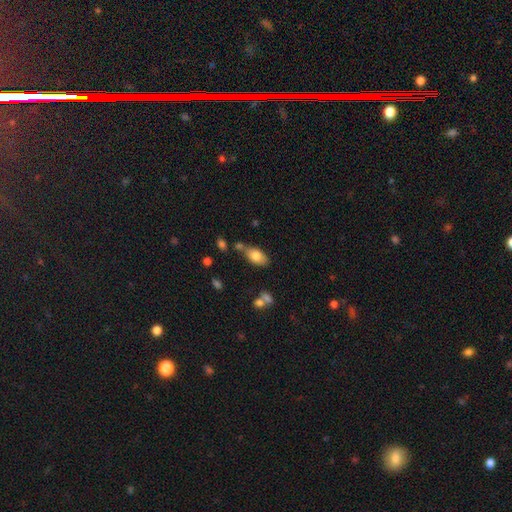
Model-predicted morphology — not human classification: Smooth or featured: smooth — 79% (featured or disk — 13%)
How rounded: in between — 91% (round — 5%)
Merging: none — 60% (minor disturbance — 18%)